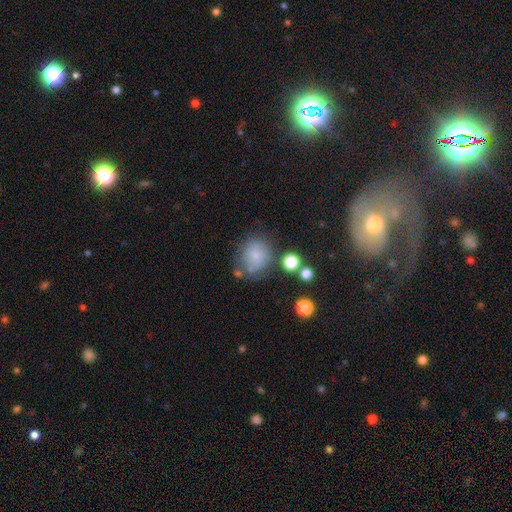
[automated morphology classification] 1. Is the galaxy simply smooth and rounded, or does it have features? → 74% smooth, 15% featured or disk, 11% star or artifact.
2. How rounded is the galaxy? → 74% round, 25% in between, 1% cigar-shaped.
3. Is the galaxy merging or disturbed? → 61% none, 20% minor disturbance, 9% merger, 9% major disturbance.